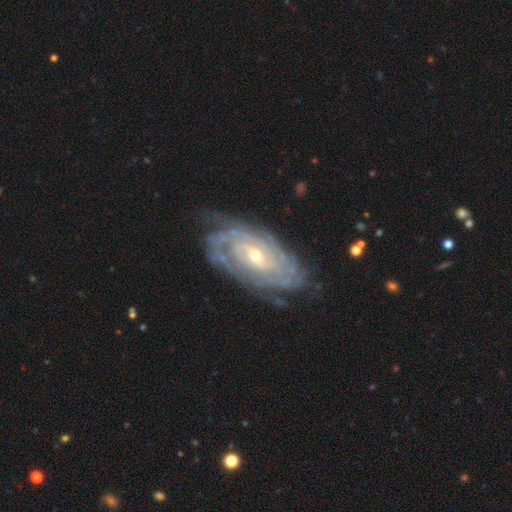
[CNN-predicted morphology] A featured or disk galaxy (89%) with no bar (52%), tight (81%) spiral arms (96%) and a small central bulge (60%). Merging: none (76%).